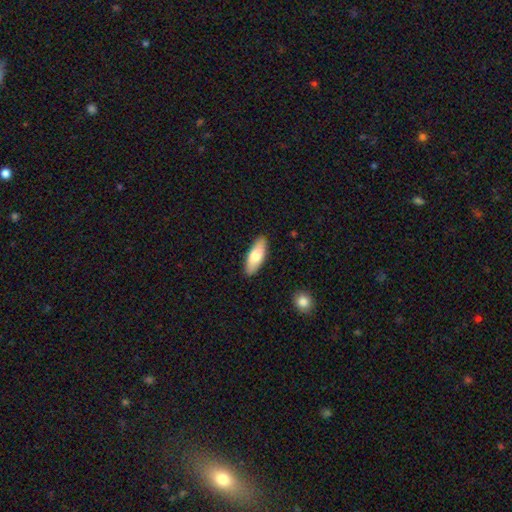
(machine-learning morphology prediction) The model was most divided on "how rounded": in between: 73%, cigar-shaped: 25%, round: 2%. More confident: merging — none (89%); smooth or featured — smooth (76%).